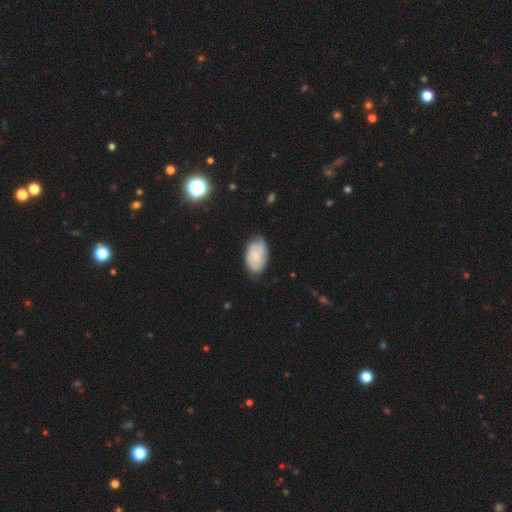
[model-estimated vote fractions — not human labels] Smooth or featured: featured or disk — 47% (smooth — 46%)
Merging: none — 66% (minor disturbance — 27%)